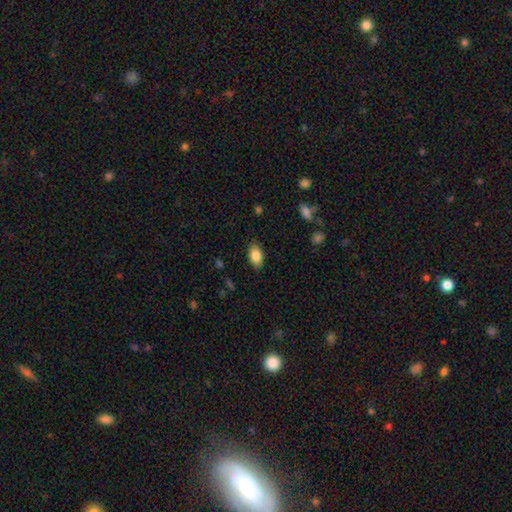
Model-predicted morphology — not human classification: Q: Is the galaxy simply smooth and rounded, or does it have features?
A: smooth — 85%.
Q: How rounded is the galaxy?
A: in between — 92%.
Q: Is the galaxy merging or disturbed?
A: none — 85%.